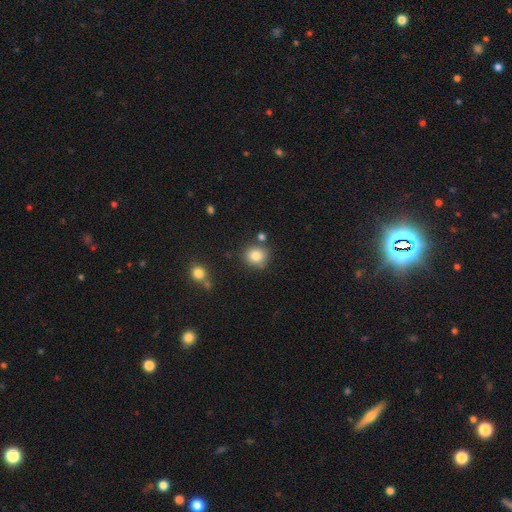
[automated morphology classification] This appears to be a smooth galaxy with no disk features (83%) that is round (87%). Merging: none (79%).